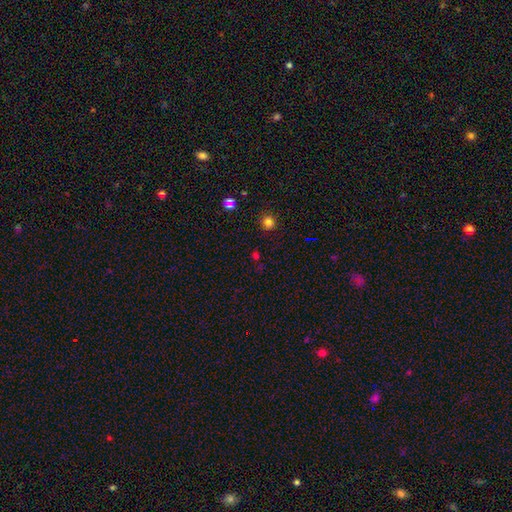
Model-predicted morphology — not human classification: The model was most divided on "smooth or featured": star or artifact: 49%, smooth: 45%, featured or disk: 7%.